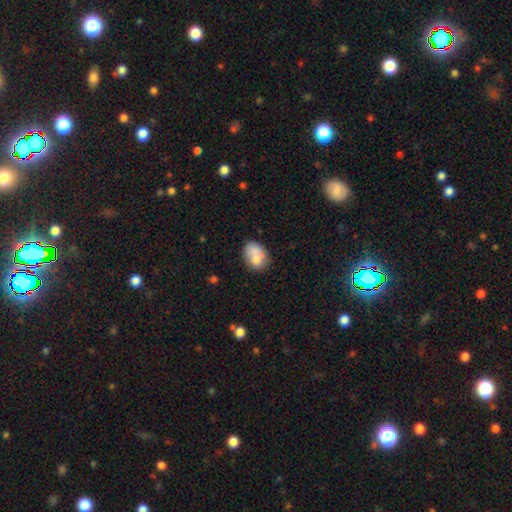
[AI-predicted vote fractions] This is likely a smooth galaxy (71%). How rounded: likely in between (70%). Merging: marginally none (43%).